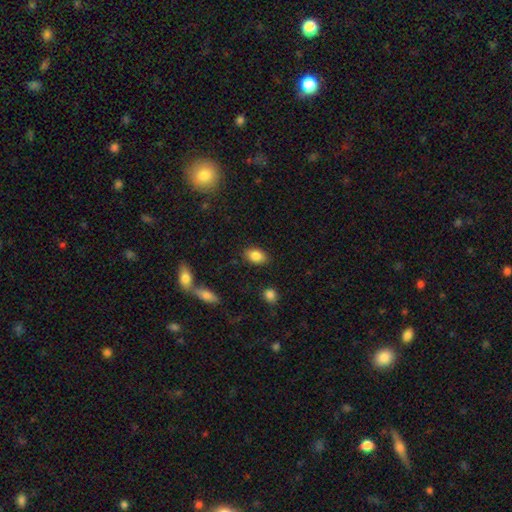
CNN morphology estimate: The model was most divided on "merging": none: 85%, minor disturbance: 10%, major disturbance: 3%, merger: 3%. More confident: how rounded — in between (87%); smooth or featured — smooth (85%).